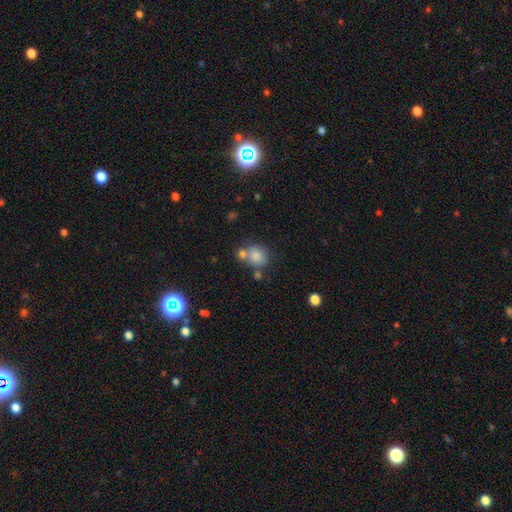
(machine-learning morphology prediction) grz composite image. It shows a smooth galaxy with no disk features (80%) that is round (70%). Merging: none (50%).